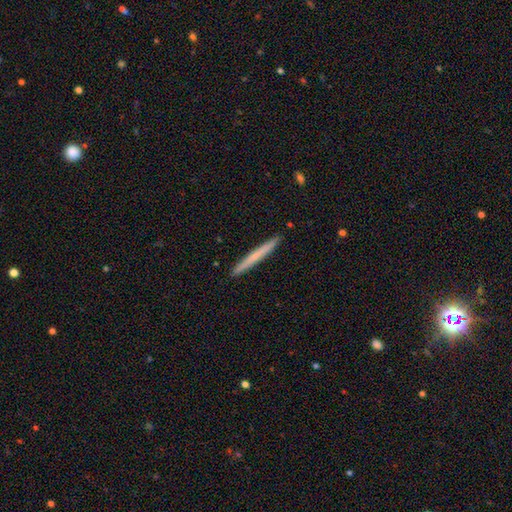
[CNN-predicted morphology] type=smooth (59%); roundness=cigar-shaped (97%); merging=none (93%).